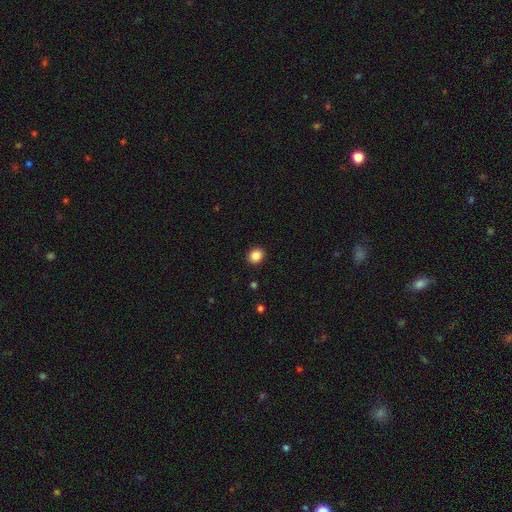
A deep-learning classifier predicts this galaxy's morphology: Smooth or featured?
  - smooth: 86% *
  - star or artifact: 10%
  - featured or disk: 4%
How rounded?
  - round: 68% *
  - in between: 31%
  - cigar-shaped: 1%
Merging?
  - none: 92% *
  - minor disturbance: 5%
  - major disturbance: 2%
  - merger: 1%